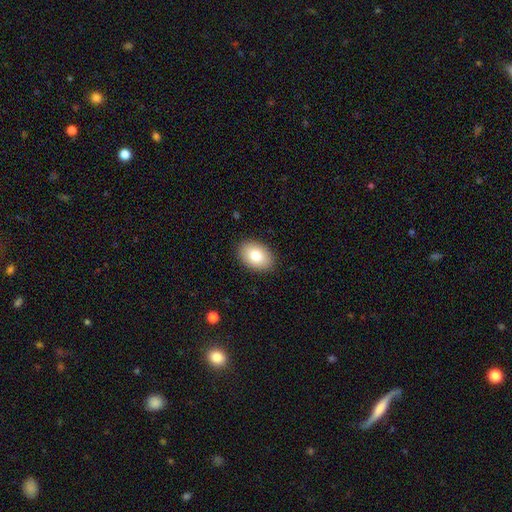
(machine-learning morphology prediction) This is clearly a smooth galaxy (82%). How rounded: clearly in between (86%). Merging: clearly none (89%).